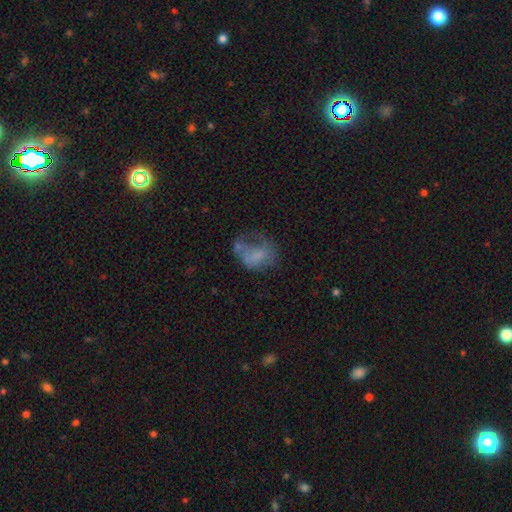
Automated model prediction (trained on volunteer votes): smooth_or_featured: smooth (p=0.52) [alt: featured or disk p=0.36]
how_rounded: in between (p=0.60) [alt: round p=0.38]
merging: major disturbance (p=0.41) [alt: none p=0.28]